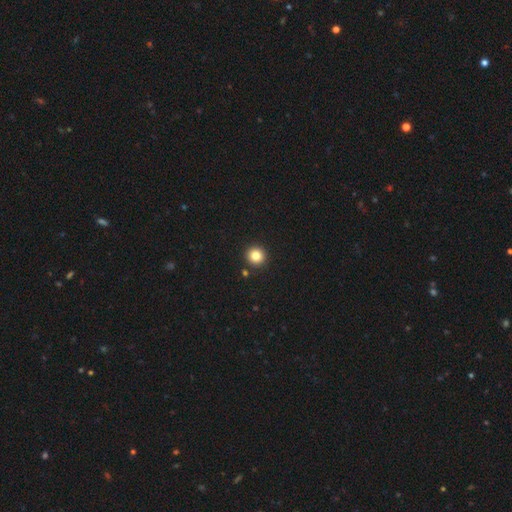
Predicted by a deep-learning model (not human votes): Smooth or featured? smooth (82%)
How rounded? round (95%)
Merging? none (91%)